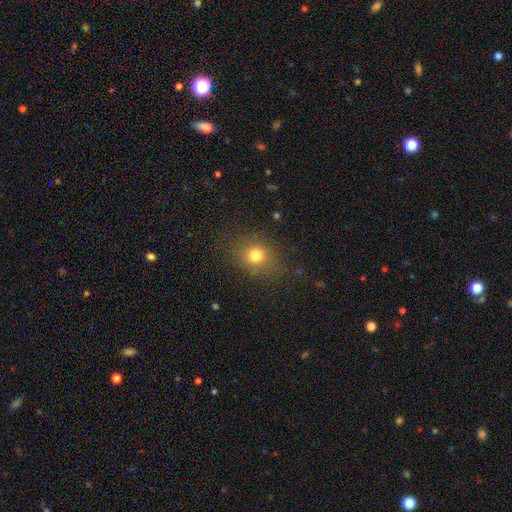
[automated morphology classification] smooth 76%, star or artifact 14%, featured or disk 9%. Down the decision tree: how rounded — round (61%); merging — none (80%).